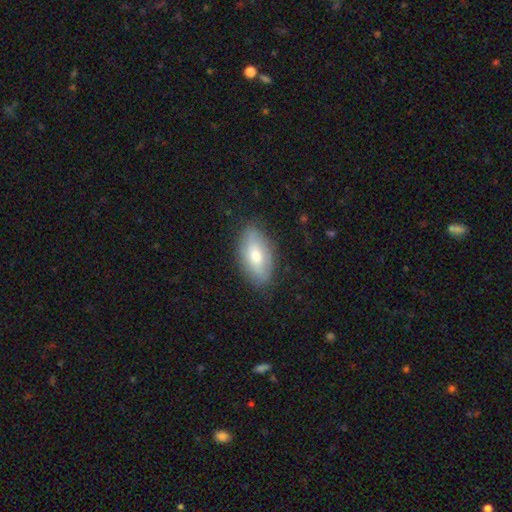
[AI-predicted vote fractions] Overall: smooth (63%; featured or disk 30%). How rounded: in between (91%). Merging: none (83%).